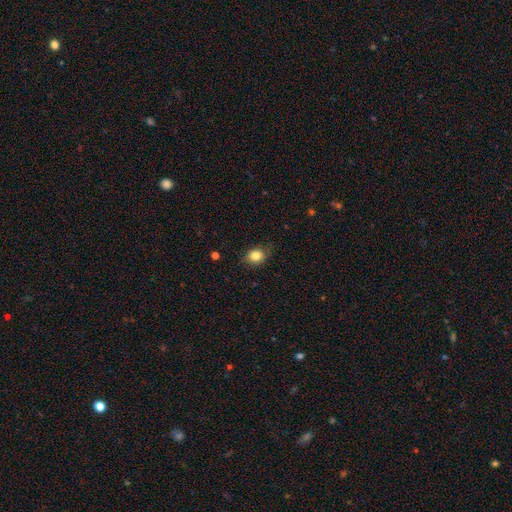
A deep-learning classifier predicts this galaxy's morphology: smooth_or_featured: smooth (p=0.83) [alt: star or artifact p=0.10]
how_rounded: round (p=0.54) [alt: in between p=0.45]
merging: none (p=0.78) [alt: minor disturbance p=0.17]